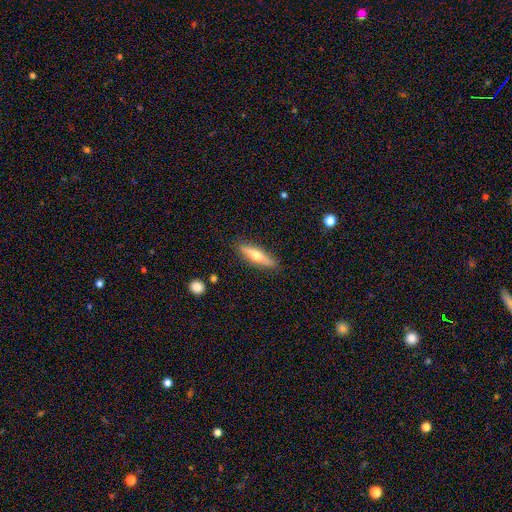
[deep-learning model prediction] A featured or disk galaxy (49%). Merging: none (87%).